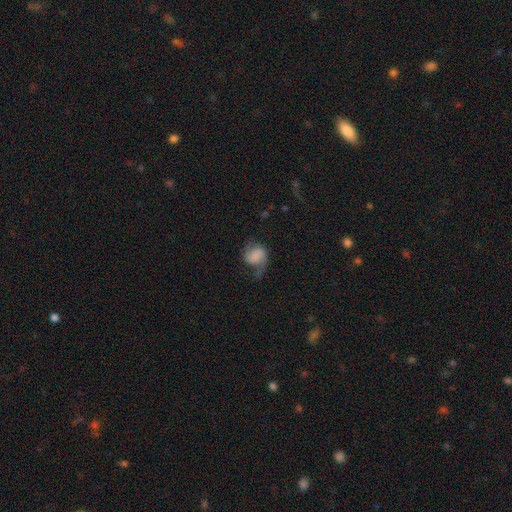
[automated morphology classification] Smooth or featured? Predicted: featured or disk (p=0.46). Merging? Predicted: none (p=0.41).